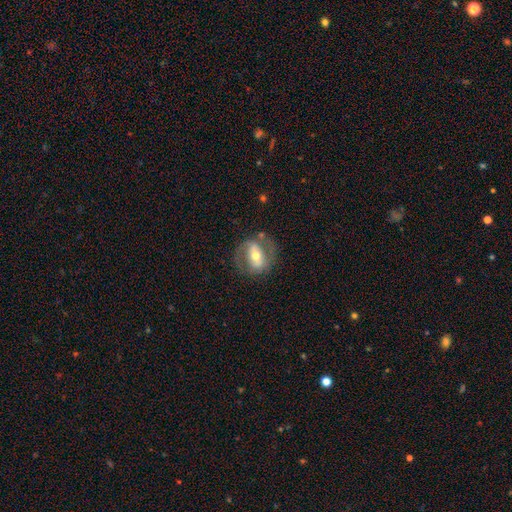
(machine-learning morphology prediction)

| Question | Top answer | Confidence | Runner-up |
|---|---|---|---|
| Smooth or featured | featured or disk | 65% | smooth (29%) |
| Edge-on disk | no | 91% | yes (9%) |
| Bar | strong | 50% | weak (26%) |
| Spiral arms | no | 50% | tied: yes (50%) |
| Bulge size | moderate | 64% | small (26%) |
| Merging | none | 66% | minor disturbance (18%) |